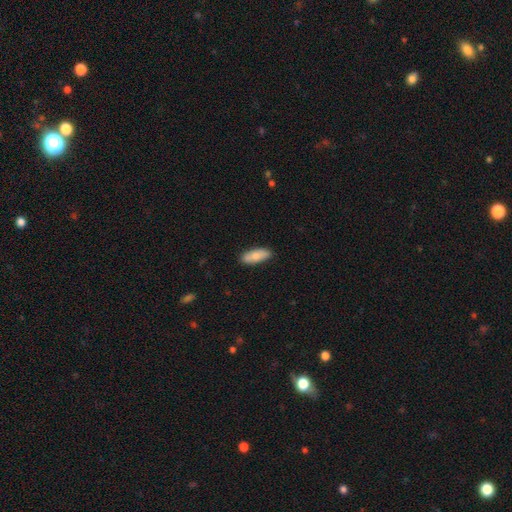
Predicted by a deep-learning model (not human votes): smooth 84%, featured or disk 11%, star or artifact 6%. Down the decision tree: how rounded — in between (72%); merging — none (87%).